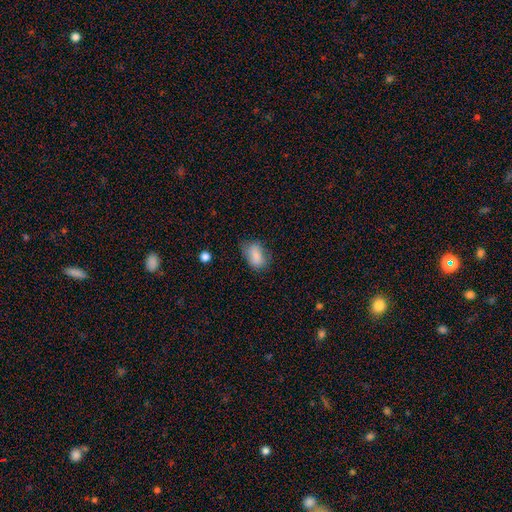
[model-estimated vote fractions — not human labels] Smooth or featured?
  - smooth: 82% *
  - featured or disk: 10%
  - star or artifact: 8%
How rounded?
  - in between: 84% *
  - round: 14%
  - cigar-shaped: 2%
Merging?
  - none: 63% *
  - minor disturbance: 27%
  - major disturbance: 8%
  - merger: 2%